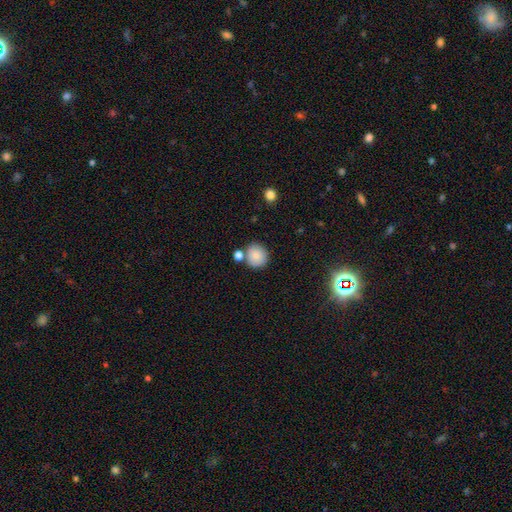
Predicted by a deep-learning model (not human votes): Smooth or featured: smooth — 85% (star or artifact — 9%)
How rounded: round — 90% (in between — 9%)
Merging: none — 70% (merger — 16%)